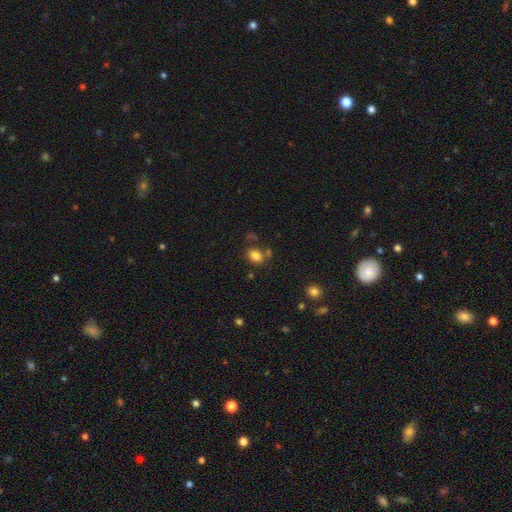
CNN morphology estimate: Smooth or featured? Predicted: smooth (p=0.81). How rounded? Predicted: in between (p=0.75). Merging? Predicted: none (p=0.64).